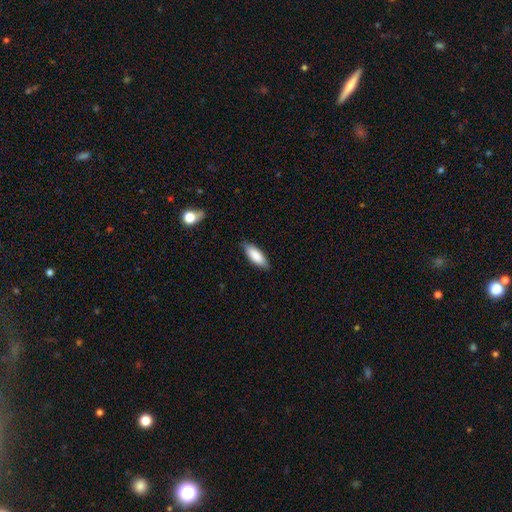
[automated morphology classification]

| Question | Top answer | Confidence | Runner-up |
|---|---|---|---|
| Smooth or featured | smooth | 86% | featured or disk (9%) |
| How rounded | in between | 70% | cigar-shaped (28%) |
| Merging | none | 85% | minor disturbance (12%) |